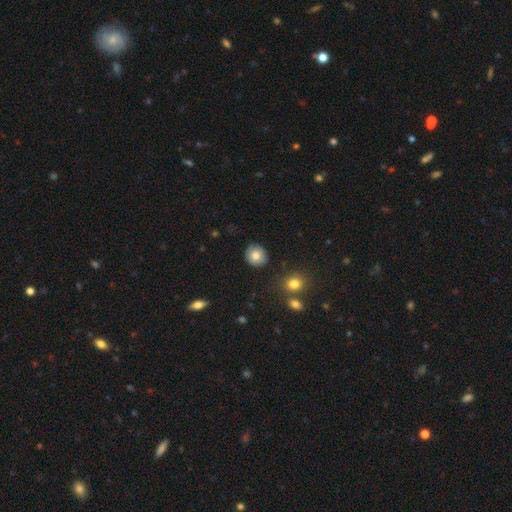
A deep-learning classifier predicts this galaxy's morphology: A smooth galaxy with no disk features (81%) that is round (83%). Merging: none (85%).